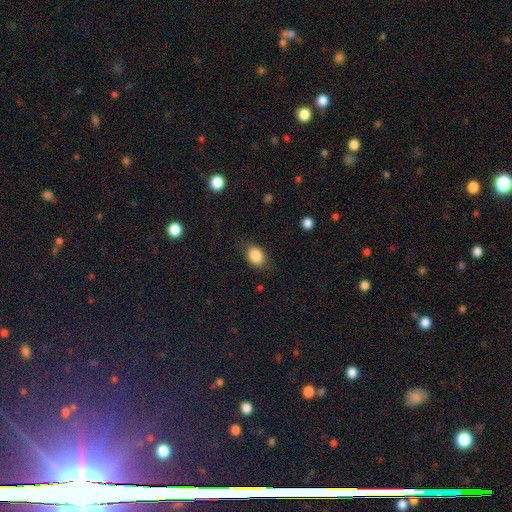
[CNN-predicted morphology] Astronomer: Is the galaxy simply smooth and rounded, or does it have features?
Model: smooth — 84%.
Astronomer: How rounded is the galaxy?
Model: in between — 62% (runner-up: round, 37%).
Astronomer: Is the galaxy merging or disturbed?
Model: none — 78%.